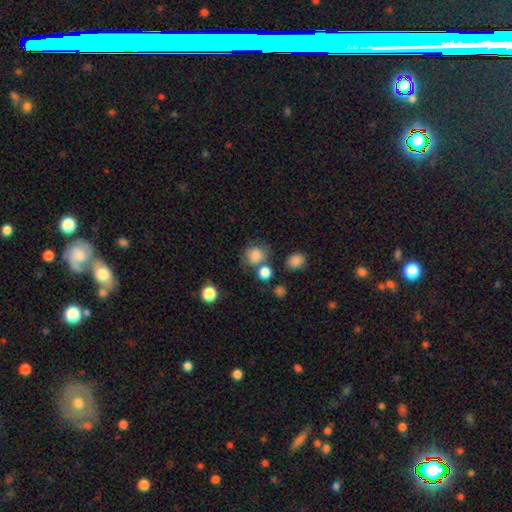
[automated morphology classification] This appears to be a smooth galaxy with no disk features (81%) that is round (80%). Merging: none (62%).